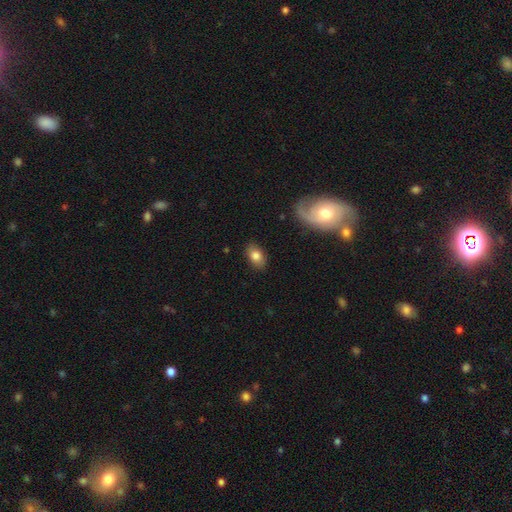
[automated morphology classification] The model was most divided on "smooth or featured": smooth: 79%, featured or disk: 13%, star or artifact: 8%. More confident: how rounded — in between (87%); merging — none (86%).